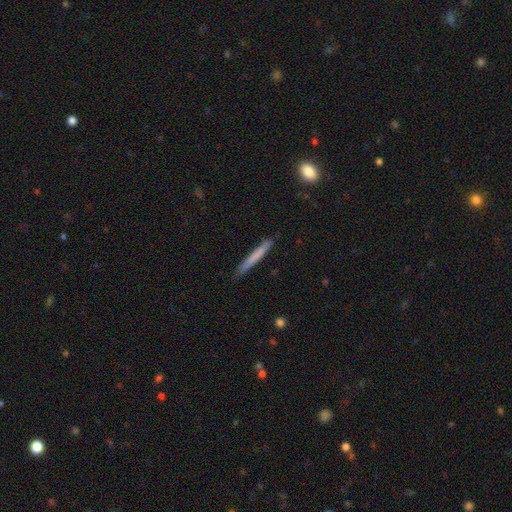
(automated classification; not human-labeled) A smooth galaxy with no disk features (68%) that is cigar-shaped (97%). Merging: none (86%).